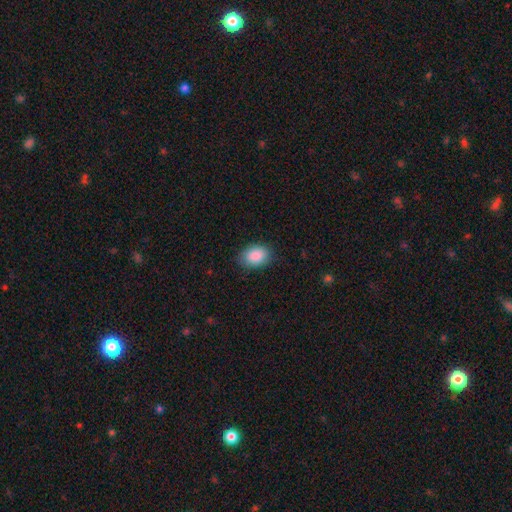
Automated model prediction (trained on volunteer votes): smooth_or_featured: smooth (p=0.89) [alt: star or artifact p=0.07]
how_rounded: in between (p=0.80) [alt: round p=0.18]
merging: none (p=0.83) [alt: minor disturbance p=0.13]